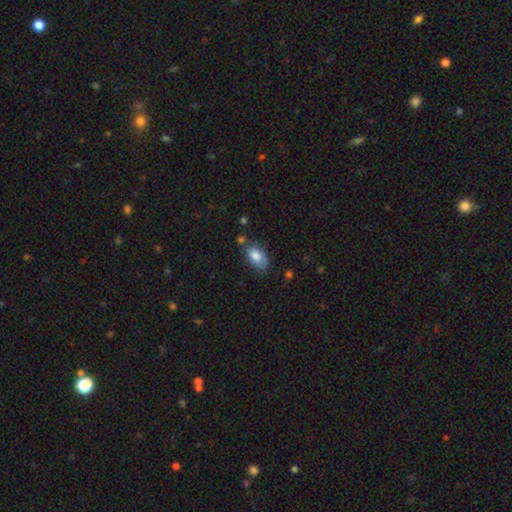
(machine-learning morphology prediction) Smooth or featured?
  - smooth: 78% *
  - featured or disk: 15%
  - star or artifact: 7%
How rounded?
  - in between: 91% *
  - round: 6%
  - cigar-shaped: 2%
Merging?
  - none: 56% *
  - minor disturbance: 28%
  - major disturbance: 9%
  - merger: 8%